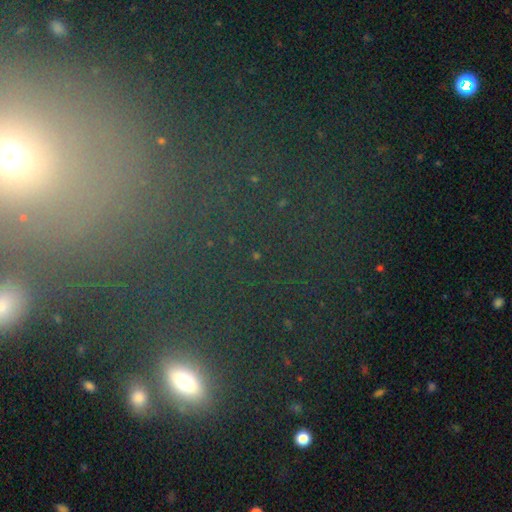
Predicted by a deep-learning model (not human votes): This is possibly a star or artifact rather than a galaxy (46%).